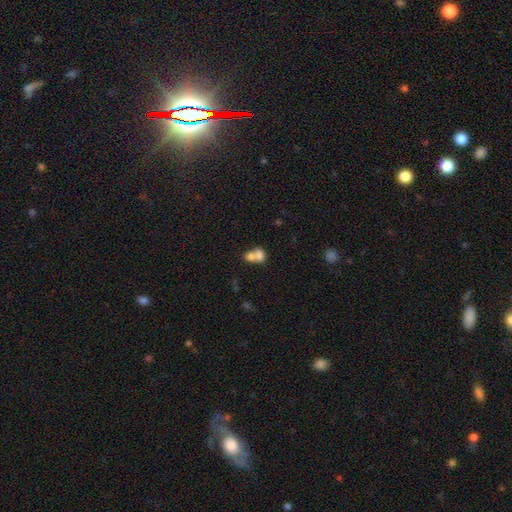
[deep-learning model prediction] A smooth galaxy with no disk features (72%) that is round (51%). Merging: merger (72%).